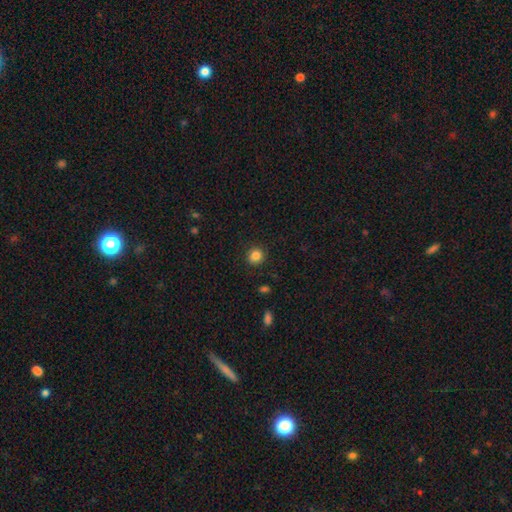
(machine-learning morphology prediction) smooth_or_featured: smooth (p=0.85) [alt: star or artifact p=0.11]
how_rounded: round (p=0.85) [alt: in between p=0.14]
merging: none (p=0.90) [alt: minor disturbance p=0.07]